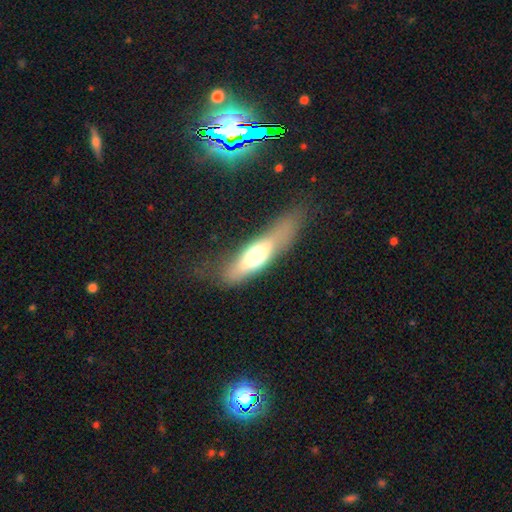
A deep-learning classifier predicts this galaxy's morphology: Q: Smooth or featured?
A: smooth (55%); runner-up: featured or disk (37%)
Q: How rounded?
A: cigar-shaped (53%); runner-up: in between (44%)
Q: Merging?
A: none (67%); runner-up: minor disturbance (20%)